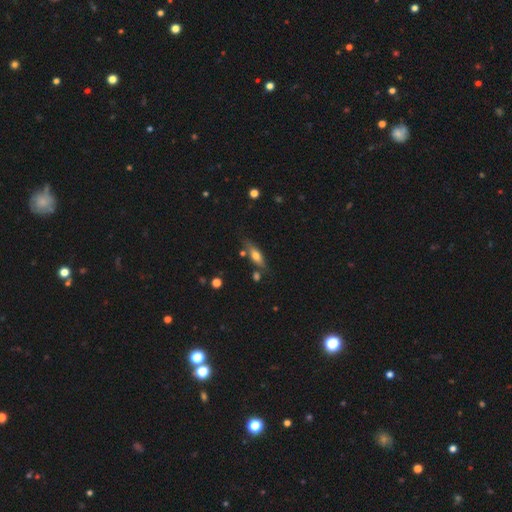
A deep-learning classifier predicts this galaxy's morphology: Smooth or featured: smooth — 54% (featured or disk — 39%)
How rounded: cigar-shaped — 50% (in between — 46%)
Merging: none — 71% (minor disturbance — 17%)